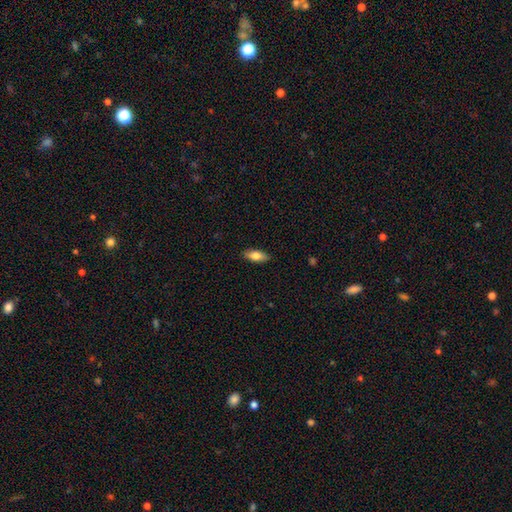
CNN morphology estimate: type=smooth (77%); roundness=in between (81%); merging=none (88%).